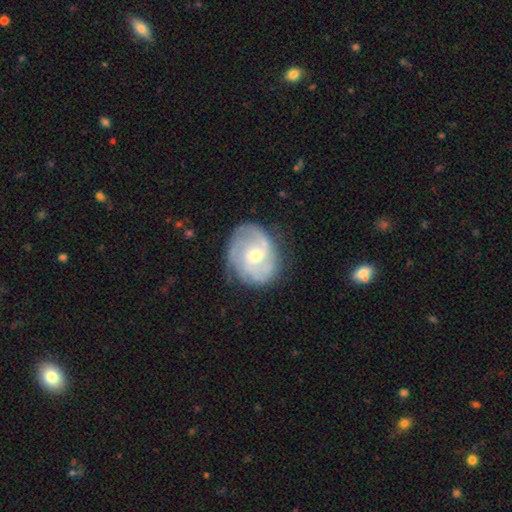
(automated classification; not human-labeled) Q: Smooth or featured?
A: featured or disk (82%); runner-up: smooth (13%)
Q: Edge-on disk?
A: no (98%); runner-up: yes (2%)
Q: Bar?
A: no (55%); runner-up: weak (38%)
Q: Spiral arms?
A: yes (94%); runner-up: no (6%)
Q: Spiral winding?
A: tight (48%); runner-up: medium (39%)
Q: Spiral arm count?
A: 2 (38%); runner-up: 3 (24%)
Q: Bulge size?
A: small (50%); runner-up: moderate (47%)
Q: Merging?
A: none (74%); runner-up: minor disturbance (18%)